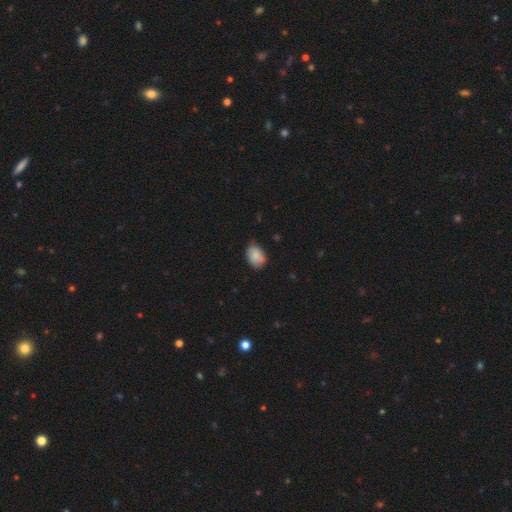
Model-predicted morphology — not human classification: Q: Smooth or featured?
A: smooth (85%); runner-up: featured or disk (8%)
Q: How rounded?
A: in between (73%); runner-up: round (26%)
Q: Merging?
A: none (68%); runner-up: minor disturbance (26%)